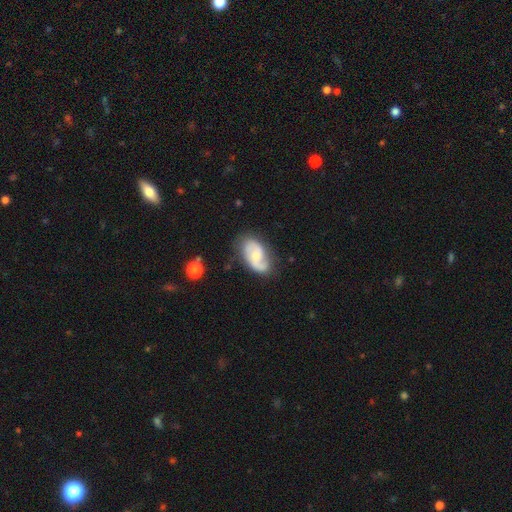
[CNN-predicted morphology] The model was most divided on "bulge size": moderate: 54%, small: 40%, large: 3%, none: 2%, dominant: 1%. Remaining: edge-on disk — no (96%); spiral arms — yes (93%); spiral arm count — 2 (83%); smooth or featured — featured or disk (77%); merging — none (74%); bar — no (58%); spiral winding — medium (46%).